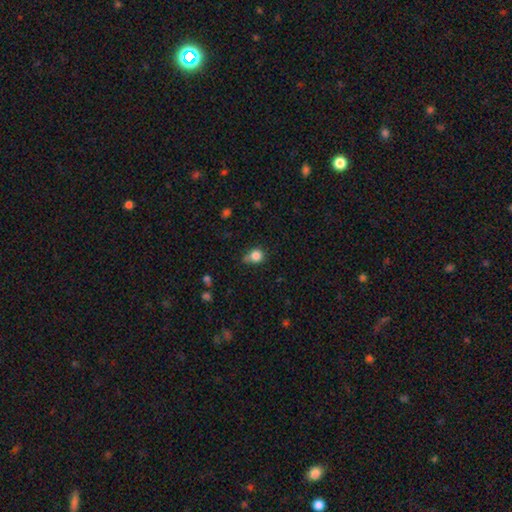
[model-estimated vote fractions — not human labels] Smooth or featured?
  - smooth: 83% *
  - star or artifact: 11%
  - featured or disk: 6%
How rounded?
  - round: 75% *
  - in between: 23%
  - cigar-shaped: 1%
Merging?
  - none: 53% *
  - minor disturbance: 32%
  - major disturbance: 8%
  - merger: 7%